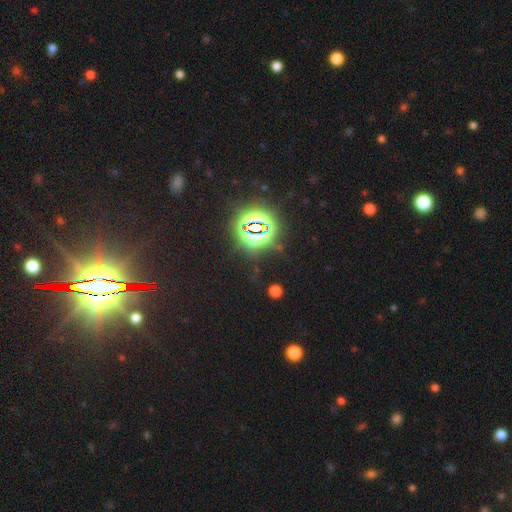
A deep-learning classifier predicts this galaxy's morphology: Smooth or featured? Predicted: star or artifact (p=0.83).